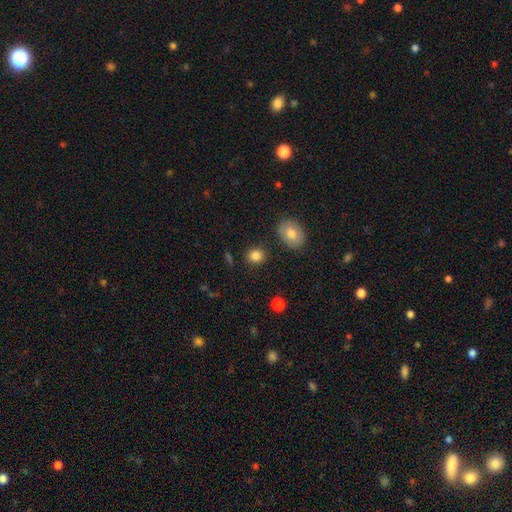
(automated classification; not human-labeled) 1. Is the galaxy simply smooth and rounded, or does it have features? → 84% smooth, 10% star or artifact, 6% featured or disk.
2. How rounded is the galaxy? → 78% round, 21% in between, 1% cigar-shaped.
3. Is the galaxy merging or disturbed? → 88% none, 7% minor disturbance, 2% merger, 2% major disturbance.